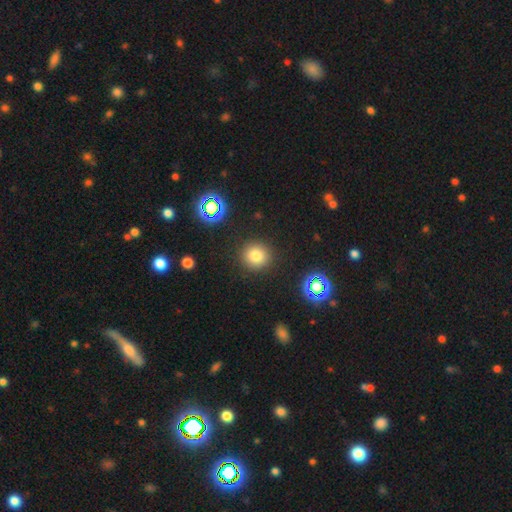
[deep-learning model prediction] Smooth or featured?
  - smooth: 78% *
  - star or artifact: 16%
  - featured or disk: 7%
How rounded?
  - round: 92% *
  - in between: 7%
  - cigar-shaped: 1%
Merging?
  - none: 90% *
  - minor disturbance: 6%
  - major disturbance: 2%
  - merger: 2%